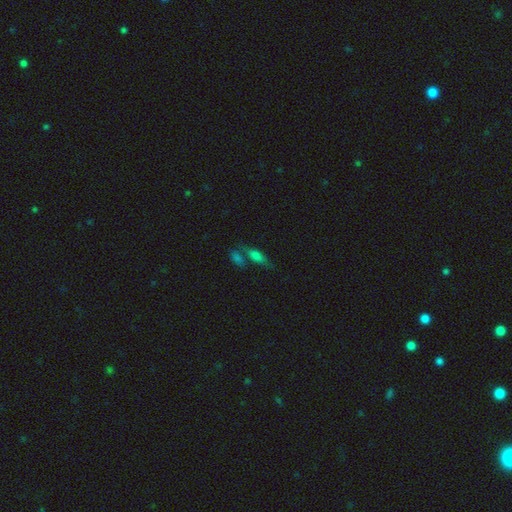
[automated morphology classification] smooth-or-featured: smooth: 65% | featured or disk: 21% | star or artifact: 15%
  how-rounded: in between: 61% | cigar-shaped: 34% | round: 5%
  merging: none: 46% | merger: 34% | minor disturbance: 13% | major disturbance: 7%